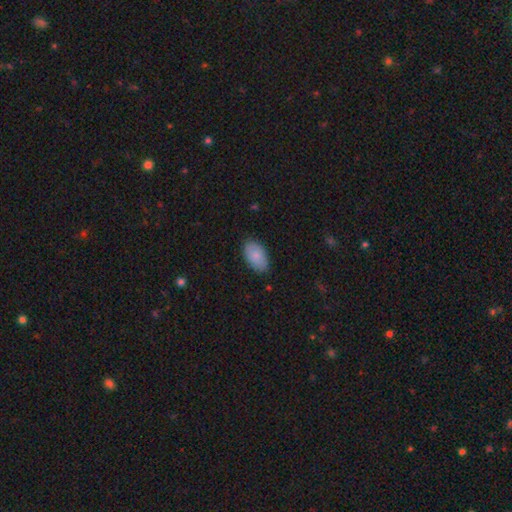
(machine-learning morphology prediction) Smooth or featured? Predicted: smooth (p=0.85). How rounded? Predicted: in between (p=0.94). Merging? Predicted: none (p=0.81).